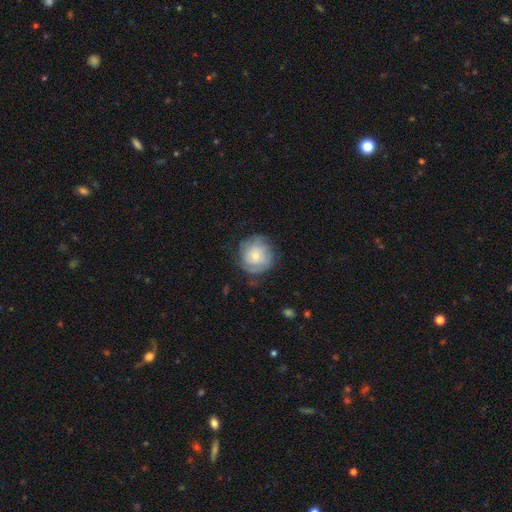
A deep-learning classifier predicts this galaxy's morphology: The model was most divided on "smooth or featured": smooth: 53%, featured or disk: 39%, star or artifact: 7%. More confident: how rounded — round (91%); merging — none (68%).